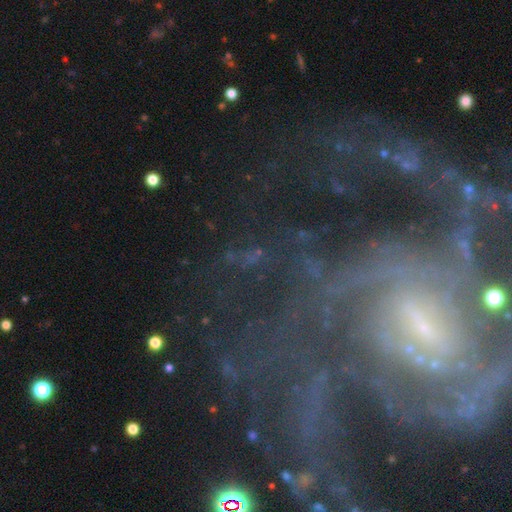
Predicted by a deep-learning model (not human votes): featured or disk 83%, star or artifact 10%, smooth 6%. Down the decision tree: edge-on disk — no (97%); bar — weak (42%); spiral arms — yes (94%); spiral arm count — can't tell (26%); spiral winding — tight (51%); bulge size — small (62%); merging — none (59%).